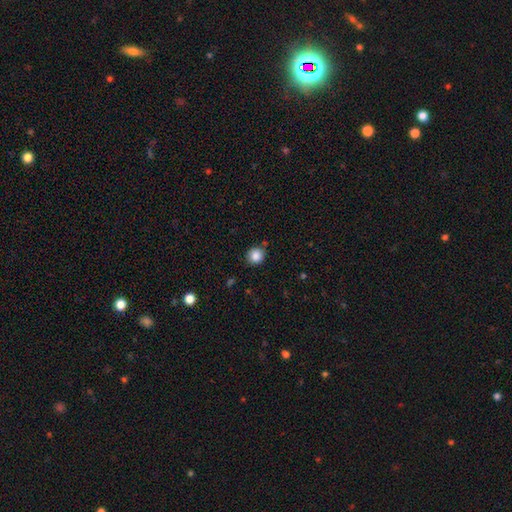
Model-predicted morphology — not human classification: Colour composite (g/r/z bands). It shows a smooth galaxy with no disk features (86%) that is round (88%). Merging: none (84%).